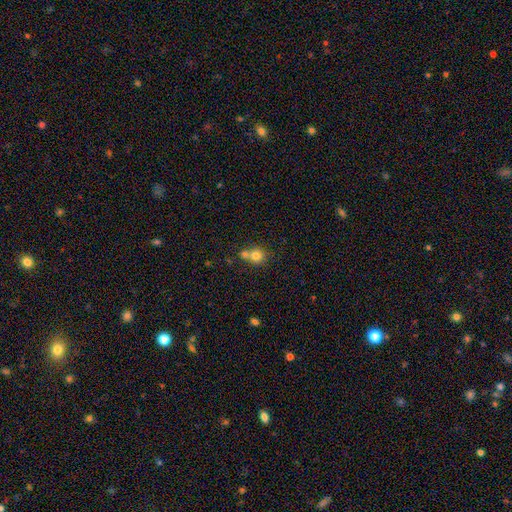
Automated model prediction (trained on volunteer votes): Morphology: type=smooth (78%); roundness=round (84%); merging=none (45%).